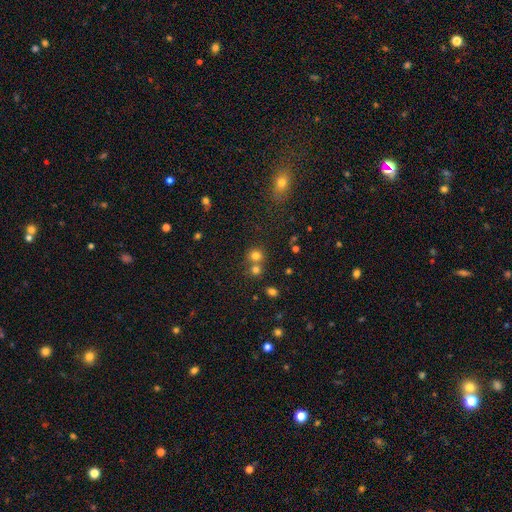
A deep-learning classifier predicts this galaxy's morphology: Q: Smooth or featured?
A: smooth (74%); runner-up: star or artifact (17%)
Q: How rounded?
A: round (86%); runner-up: in between (13%)
Q: Merging?
A: none (55%); runner-up: merger (35%)